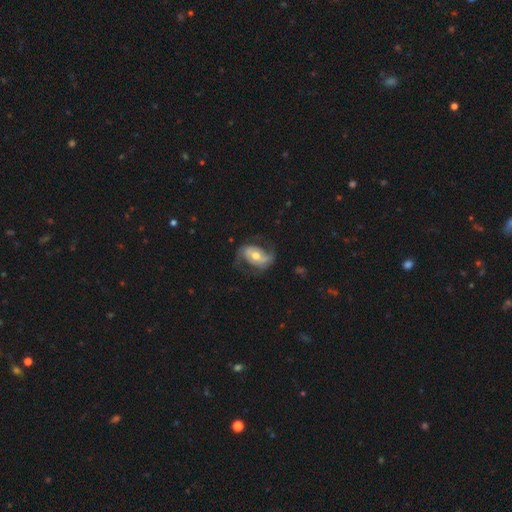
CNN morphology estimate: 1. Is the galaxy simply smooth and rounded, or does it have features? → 76% featured or disk, 18% smooth, 6% star or artifact.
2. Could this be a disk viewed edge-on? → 96% no, 4% yes.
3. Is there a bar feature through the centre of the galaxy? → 38% no, 37% weak, 25% strong.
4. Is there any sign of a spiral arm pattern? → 89% yes, 11% no.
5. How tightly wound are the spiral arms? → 43% medium, 40% loose, 17% tight.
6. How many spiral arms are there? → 86% 2, 6% can't tell, 4% 1, 2% 3, 1% 4, 1% more than 4.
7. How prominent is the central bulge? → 70% moderate, 18% small, 9% large, 1% none, 1% dominant.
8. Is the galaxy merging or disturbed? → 64% none, 19% minor disturbance, 16% major disturbance, 1% merger.